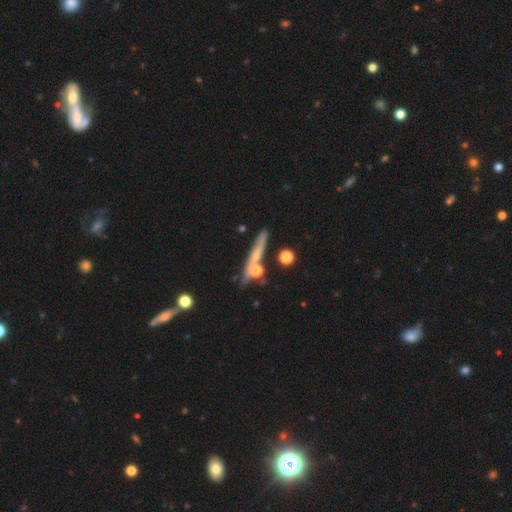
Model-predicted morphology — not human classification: smooth_or_featured: featured or disk (p=0.46) [alt: smooth p=0.40]
merging: none (p=0.65) [alt: minor disturbance p=0.15]